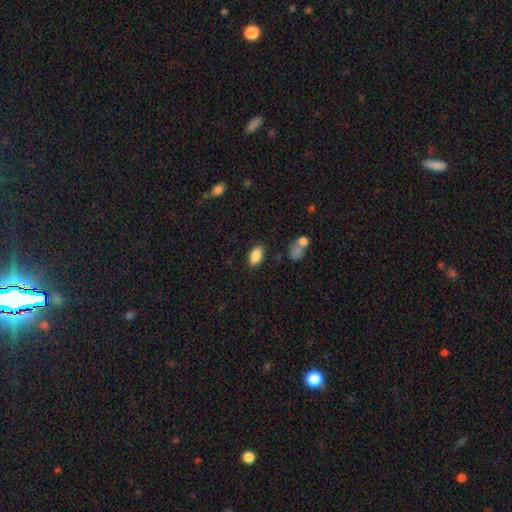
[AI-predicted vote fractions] Overall: smooth (87%). How rounded: in between (92%). Merging: none (84%).